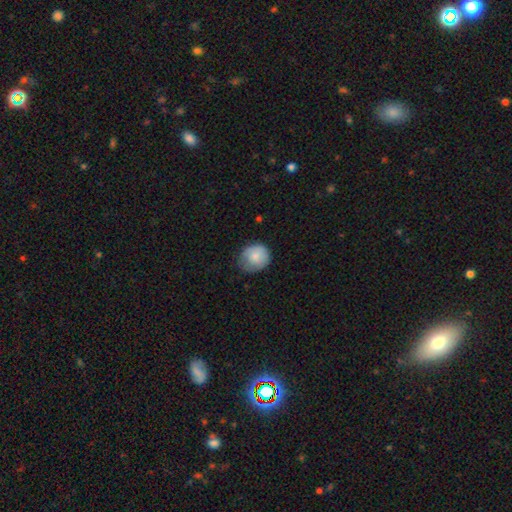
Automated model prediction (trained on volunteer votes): The model was most divided on "merging": none: 64%, minor disturbance: 28%, major disturbance: 7%, merger: 1%. More confident: how rounded — round (83%); smooth or featured — smooth (79%).